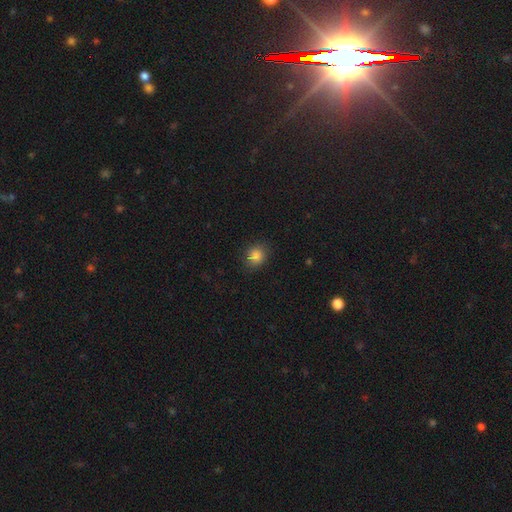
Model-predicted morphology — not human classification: The model was most divided on "how rounded": round: 75%, in between: 24%, cigar-shaped: 1%. More confident: smooth or featured — smooth (84%); merging — none (82%).